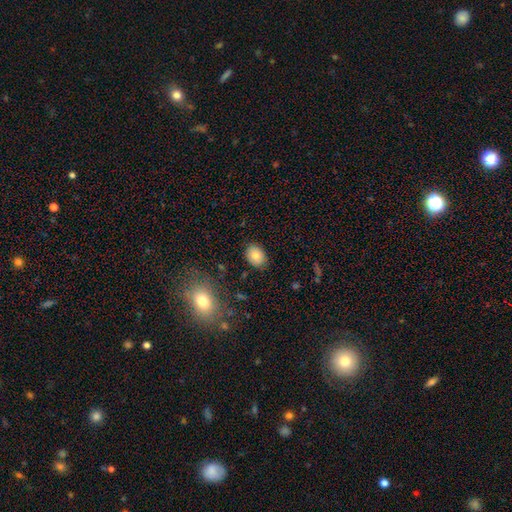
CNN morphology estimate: This is clearly a smooth galaxy (81%). How rounded: likely in between (74%). Merging: clearly none (86%).